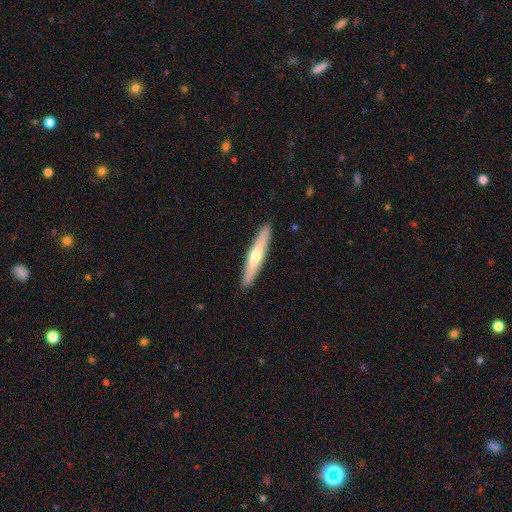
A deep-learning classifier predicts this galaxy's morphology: A smooth galaxy with no disk features (54%) that is cigar-shaped (91%).

Vote fractions:
- Smooth or featured? smooth: 54% / featured or disk: 41% / star or artifact: 5%
- How rounded? cigar-shaped: 91% / in between: 8% / round: 1%
- Merging? none: 91% / minor disturbance: 7% / major disturbance: 1% / merger: 1%